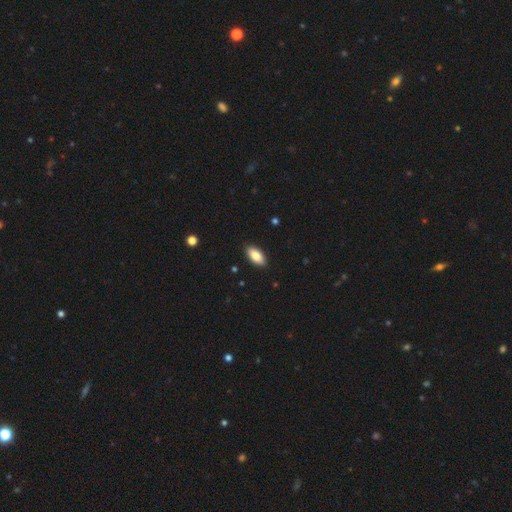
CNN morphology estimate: Smooth or featured: smooth — 85% (featured or disk — 9%)
How rounded: in between — 91% (cigar-shaped — 7%)
Merging: none — 89% (minor disturbance — 8%)